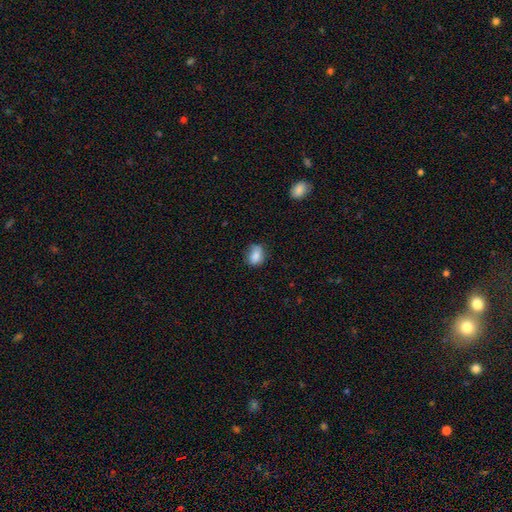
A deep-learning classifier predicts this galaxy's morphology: type=smooth (83%); roundness=in between (64%); merging=none (64%).